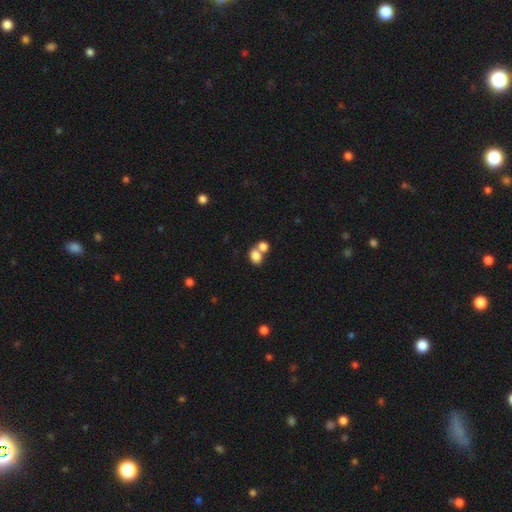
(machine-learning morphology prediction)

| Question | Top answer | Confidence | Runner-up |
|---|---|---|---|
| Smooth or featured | smooth | 81% | star or artifact (10%) |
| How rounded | in between | 67% | round (32%) |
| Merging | merger | 54% | none (34%) |